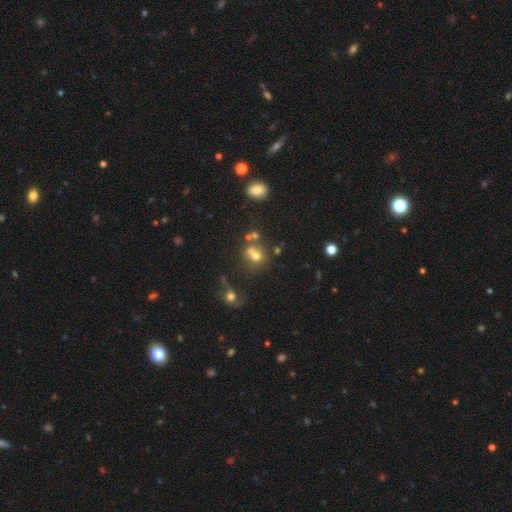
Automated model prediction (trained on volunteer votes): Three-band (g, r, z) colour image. It shows a smooth galaxy with no disk features (62%) that is round (79%). Merging: none (45%).